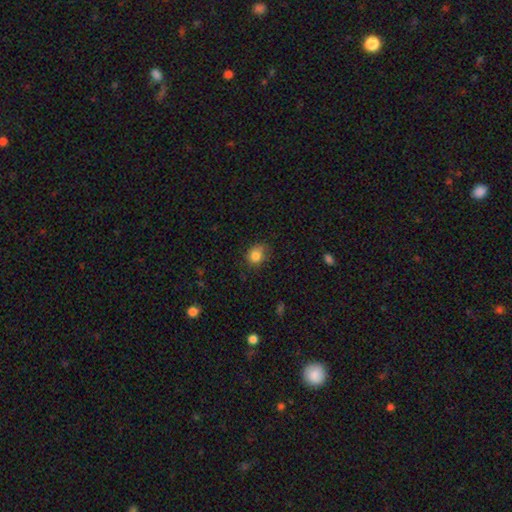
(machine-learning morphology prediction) type=smooth (82%); roundness=round (68%); merging=none (60%).